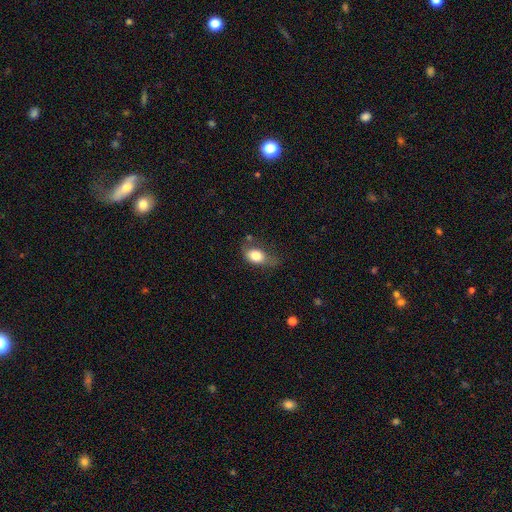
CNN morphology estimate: Q: Smooth or featured?
A: smooth (79%); runner-up: featured or disk (13%)
Q: How rounded?
A: in between (82%); runner-up: round (15%)
Q: Merging?
A: none (39%); runner-up: minor disturbance (37%)